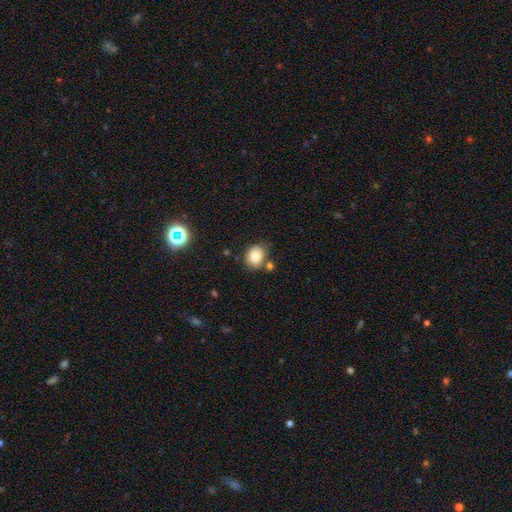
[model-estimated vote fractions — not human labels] Smooth or featured: smooth — 80% (star or artifact — 10%)
How rounded: round — 51% (in between — 48%)
Merging: none — 67% (minor disturbance — 17%)